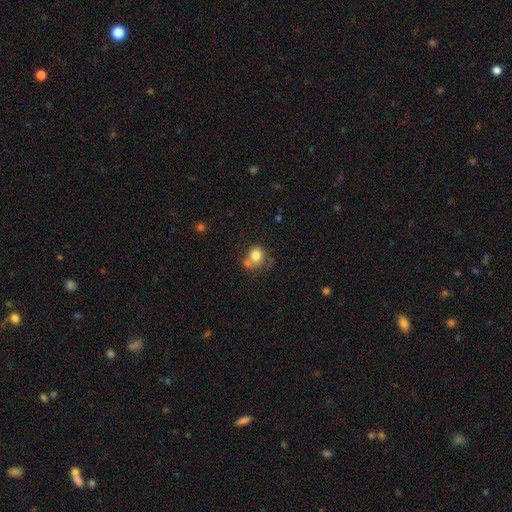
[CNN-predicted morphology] Smooth or featured?
  - smooth: 80% *
  - featured or disk: 11%
  - star or artifact: 10%
How rounded?
  - round: 78% *
  - in between: 21%
  - cigar-shaped: 1%
Merging?
  - none: 46% *
  - merger: 29%
  - minor disturbance: 17%
  - major disturbance: 8%